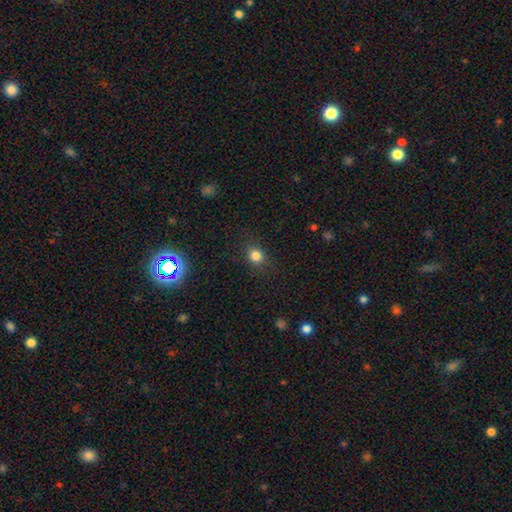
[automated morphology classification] Q: Smooth or featured?
A: smooth (82%); runner-up: star or artifact (13%)
Q: How rounded?
A: round (72%); runner-up: in between (27%)
Q: Merging?
A: none (85%); runner-up: minor disturbance (10%)